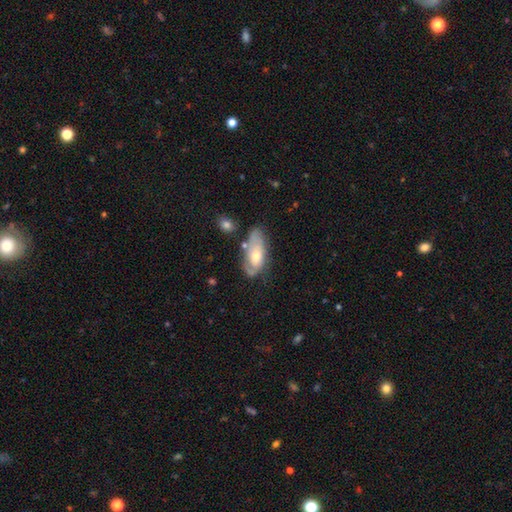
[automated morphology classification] A featured or disk galaxy (48%). Merging: none (47%).